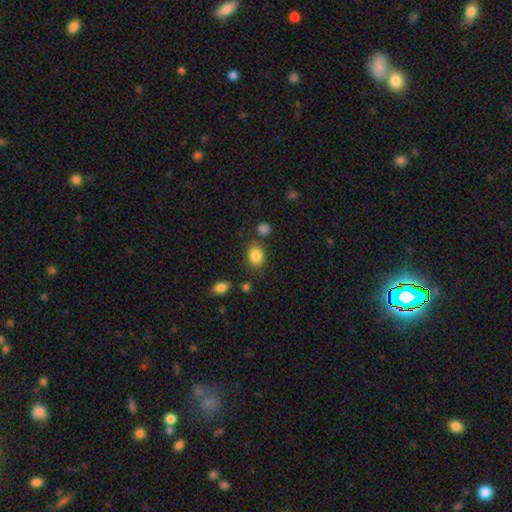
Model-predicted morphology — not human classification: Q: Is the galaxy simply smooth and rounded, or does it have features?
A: smooth — 85%.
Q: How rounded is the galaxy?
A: round — 52%.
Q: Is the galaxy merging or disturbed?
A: none — 76%.